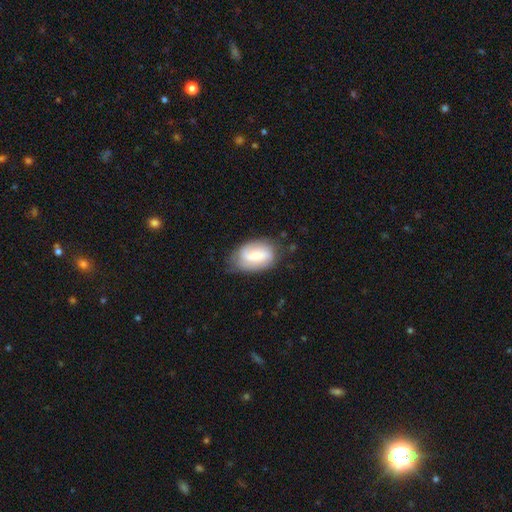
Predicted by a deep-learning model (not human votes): Smooth or featured? Predicted: smooth (p=0.50). Merging? Predicted: none (p=0.65).